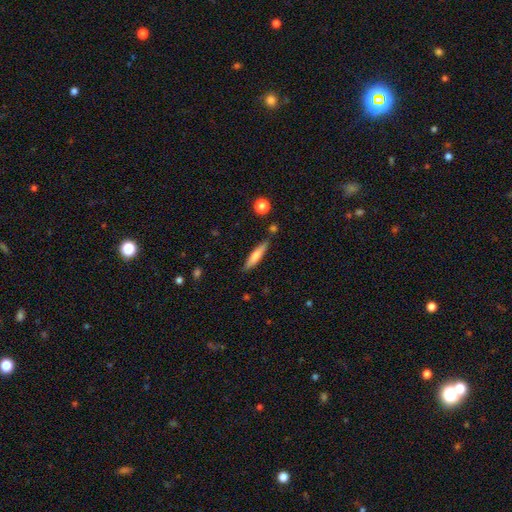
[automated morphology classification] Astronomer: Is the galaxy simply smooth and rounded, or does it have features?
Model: smooth — 67%.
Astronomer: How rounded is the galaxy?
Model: cigar-shaped — 85%.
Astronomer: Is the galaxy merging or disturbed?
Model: none — 81%.